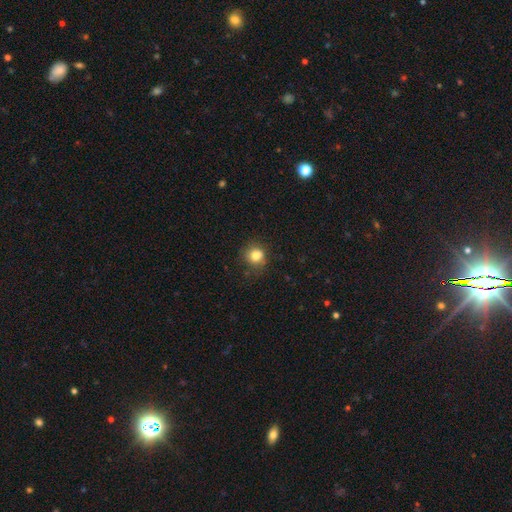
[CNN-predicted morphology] Q: Smooth or featured?
A: smooth (81%); runner-up: star or artifact (12%)
Q: How rounded?
A: round (84%); runner-up: in between (15%)
Q: Merging?
A: none (77%); runner-up: minor disturbance (16%)